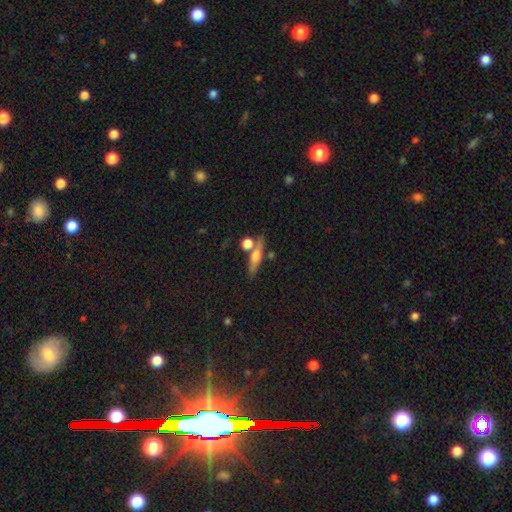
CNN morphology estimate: This is possibly a featured or disk galaxy (46%). Merging: likely none (66%).